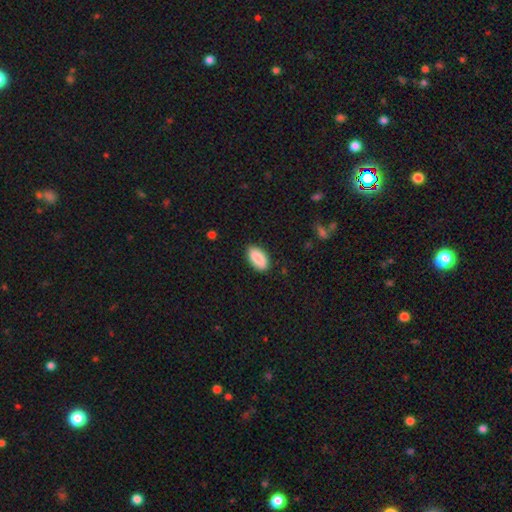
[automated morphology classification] type=smooth (87%); roundness=in between (94%); merging=none (85%).